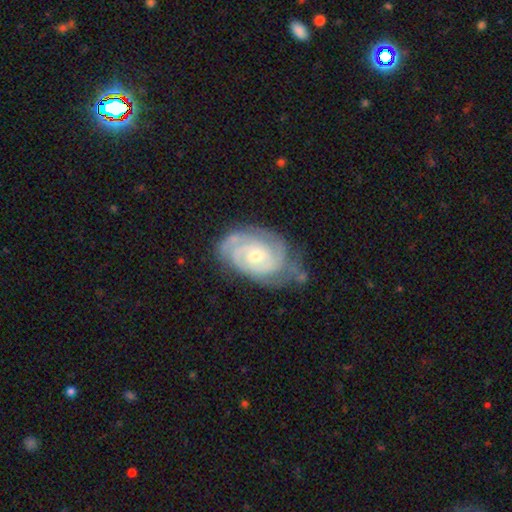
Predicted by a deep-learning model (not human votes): A featured or disk galaxy (87%) with no bar (67%), 2 (32%) tight (73%) spiral arms (97%) and a small central bulge (55%).

Vote fractions:
- Smooth or featured? featured or disk: 87% / smooth: 8% / star or artifact: 5%
- Edge-on disk? no: 97% / yes: 3%
- Bar? no: 67% / weak: 28% / strong: 5%
- Spiral arms? yes: 97% / no: 3%
- Spiral winding? tight: 73% / medium: 23% / loose: 4%
- Spiral arm count? 2: 32% / 3: 29% / can't tell: 22% / 4: 9% / 1: 4% / more than 4: 4%
- Bulge size? small: 55% / moderate: 41% / large: 2% / none: 1% / dominant: 1%
- Merging? none: 64% / minor disturbance: 25% / major disturbance: 8% / merger: 3%